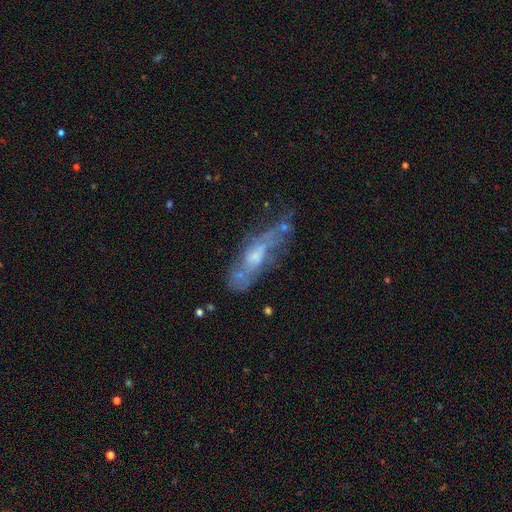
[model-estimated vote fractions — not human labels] Smooth or featured? Predicted: featured or disk (p=0.59). Edge-on disk? Predicted: no (p=0.69). Merging? Predicted: none (p=0.44).